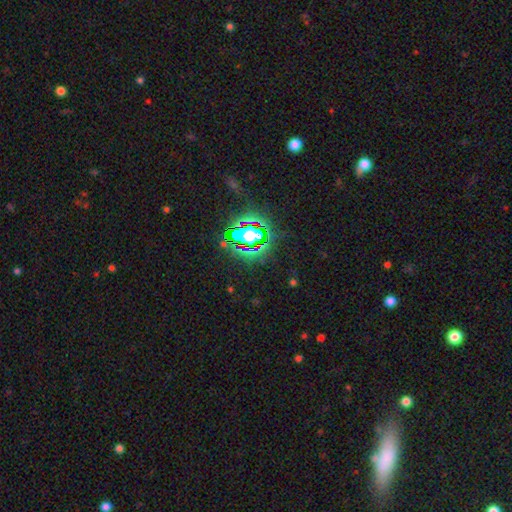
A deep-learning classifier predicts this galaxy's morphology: smooth_or_featured: star or artifact (p=0.81) [alt: smooth p=0.11]